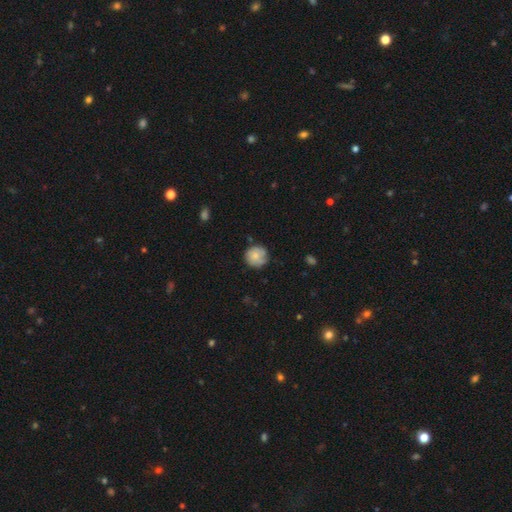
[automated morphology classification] smooth 72%, featured or disk 20%, star or artifact 8%. Down the decision tree: how rounded — round (89%); merging — none (69%).